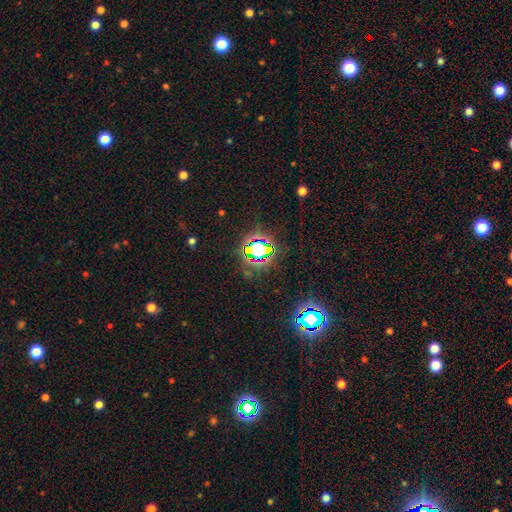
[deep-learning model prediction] smooth-or-featured: star or artifact: 65% | smooth: 24% | featured or disk: 12%